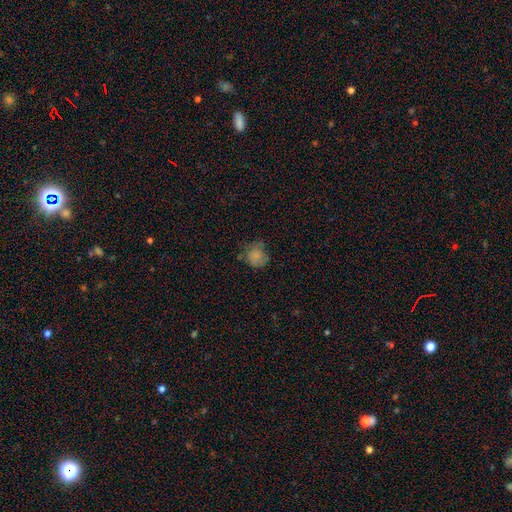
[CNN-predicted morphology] Smooth or featured?
  - smooth: 75% *
  - featured or disk: 14%
  - star or artifact: 11%
How rounded?
  - round: 79% *
  - in between: 20%
  - cigar-shaped: 1%
Merging?
  - none: 54% *
  - minor disturbance: 30%
  - major disturbance: 14%
  - merger: 3%